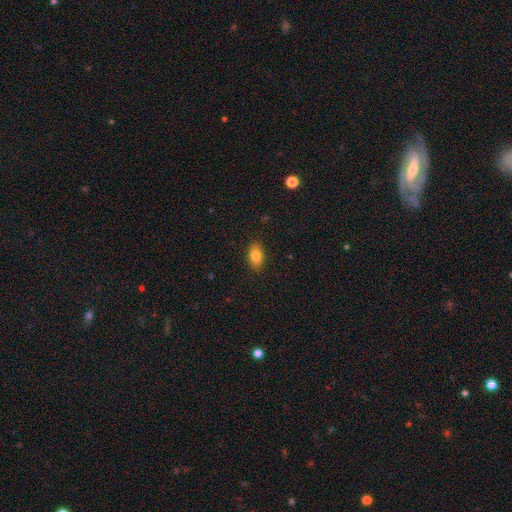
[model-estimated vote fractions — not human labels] Smooth or featured? smooth (82%)
How rounded? in between (87%)
Merging? none (88%)